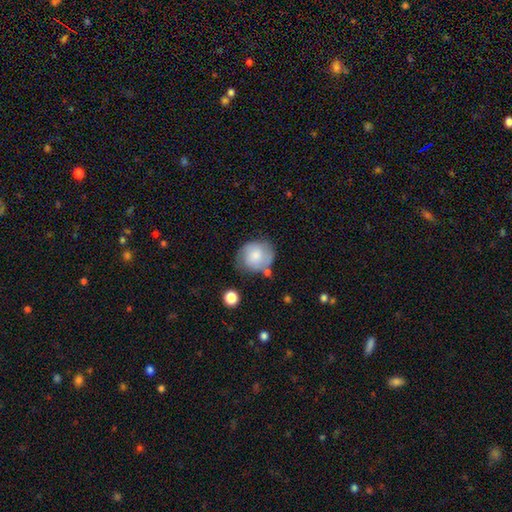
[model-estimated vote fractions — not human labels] The model was most divided on "smooth or featured": smooth: 62%, featured or disk: 31%, star or artifact: 8%. More confident: how rounded — round (76%); merging — none (60%).